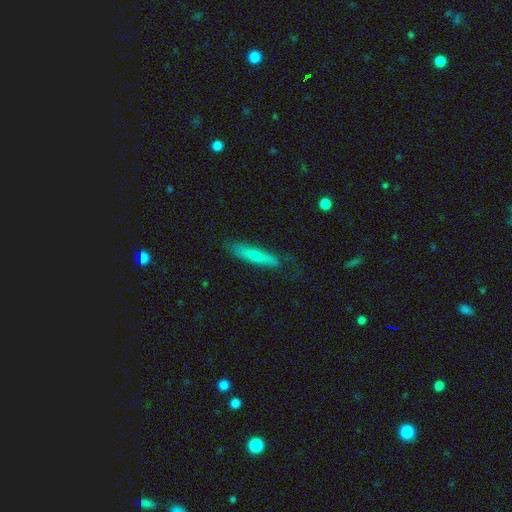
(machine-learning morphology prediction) Overall: smooth (71%). How rounded: cigar-shaped (89%). Merging: none (77%).